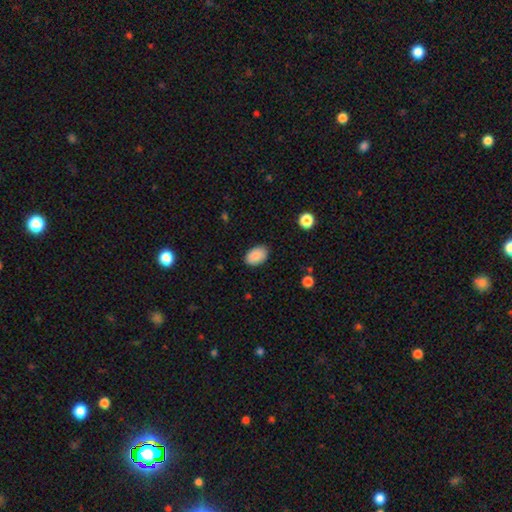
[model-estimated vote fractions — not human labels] Morphology: type=smooth (89%); roundness=in between (89%); merging=none (86%).